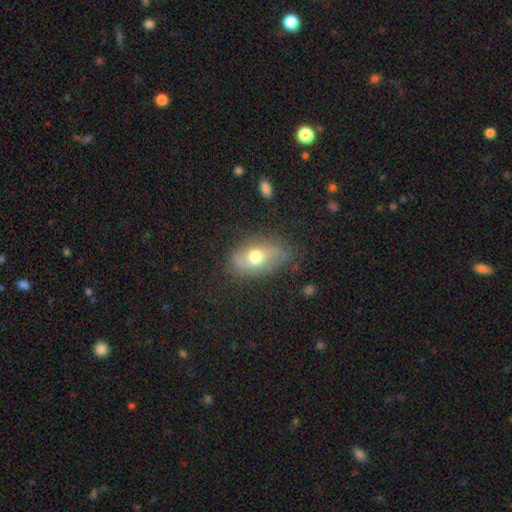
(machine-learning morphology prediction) smooth_or_featured: smooth (p=0.57) [alt: featured or disk p=0.35]
how_rounded: in between (p=0.88) [alt: round p=0.08]
merging: none (p=0.67) [alt: minor disturbance p=0.24]